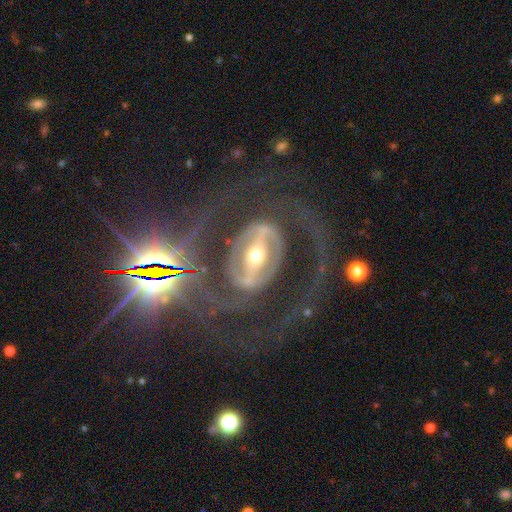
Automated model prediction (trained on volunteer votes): A featured or disk galaxy (85%) with a strong bar (69%), 2 (80%) medium (51%) spiral arms (84%) and a moderate central bulge (62%). Merging: none (62%).